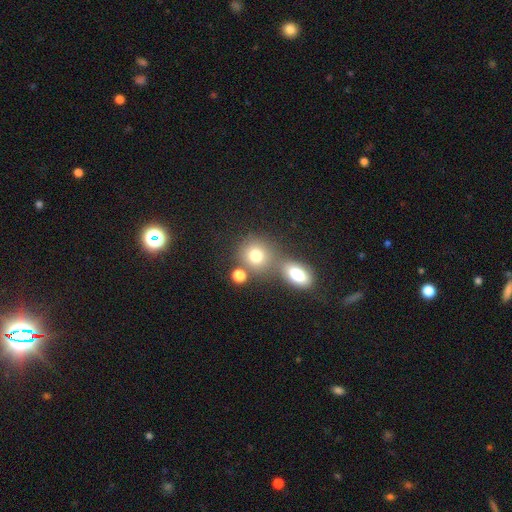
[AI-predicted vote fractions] This is likely a smooth galaxy (77%). How rounded: likely round (79%). Merging: possibly none (55%).